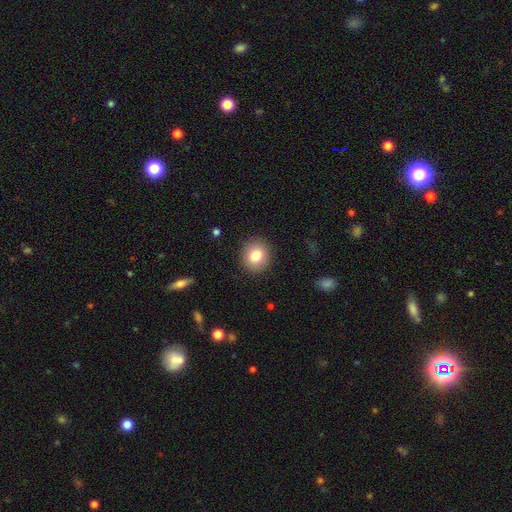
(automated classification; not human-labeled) Overall: smooth (81%). How rounded: round (85%). Merging: none (90%).